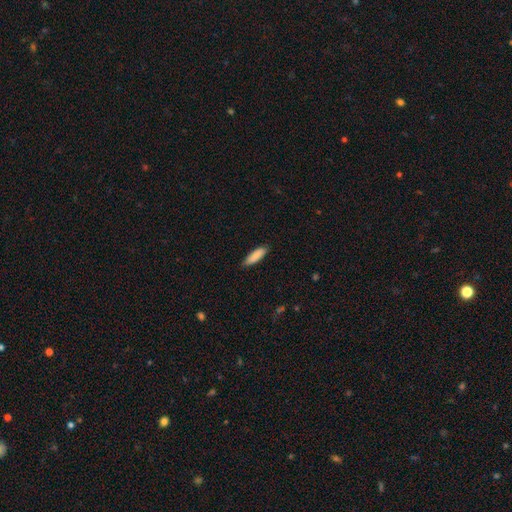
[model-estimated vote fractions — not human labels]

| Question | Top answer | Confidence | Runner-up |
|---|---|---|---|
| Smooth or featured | smooth | 88% | featured or disk (6%) |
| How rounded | cigar-shaped | 57% | in between (41%) |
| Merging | none | 83% | minor disturbance (14%) |